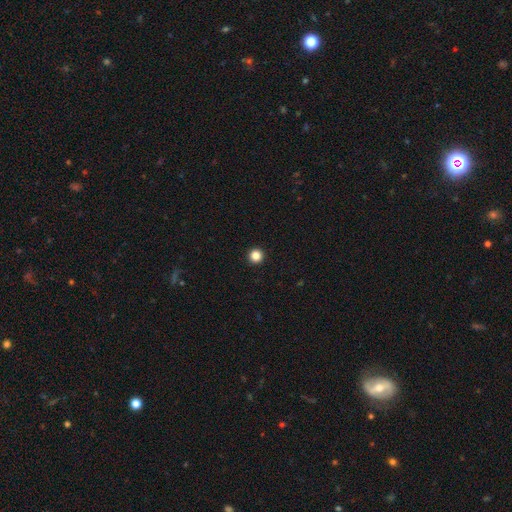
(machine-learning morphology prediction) A smooth galaxy with no disk features (85%) that is round (97%).

Vote fractions:
- Smooth or featured? smooth: 85% / star or artifact: 12% / featured or disk: 3%
- How rounded? round: 97% / in between: 2% / cigar-shaped: 1%
- Merging? none: 95% / minor disturbance: 3% / major disturbance: 1% / merger: 1%